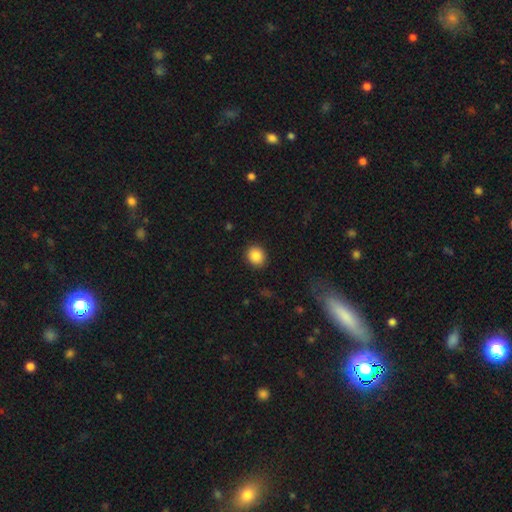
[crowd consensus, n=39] A smooth galaxy with no disk features (90%) that is round (80%).

Vote fractions:
- Smooth or featured? smooth: 90% / featured or disk: 8% / star or artifact: 3%
- How rounded? round: 80% / in between: 20% / cigar-shaped: 0%
- Merging? none: 95% / minor disturbance: 5% / major disturbance: 0% / merger: 0%